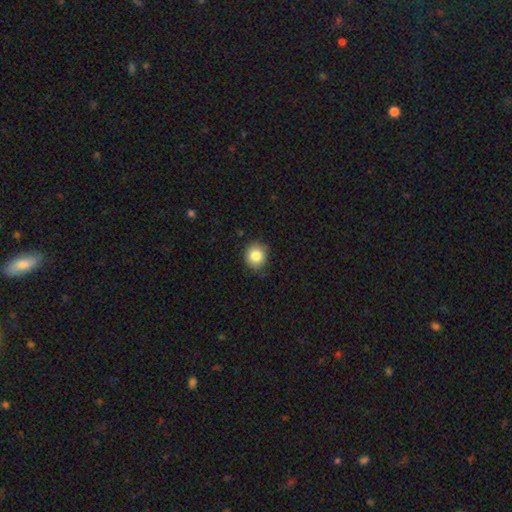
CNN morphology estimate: smooth 83%, star or artifact 10%, featured or disk 7%. Down the decision tree: how rounded — round (83%); merging — none (86%).